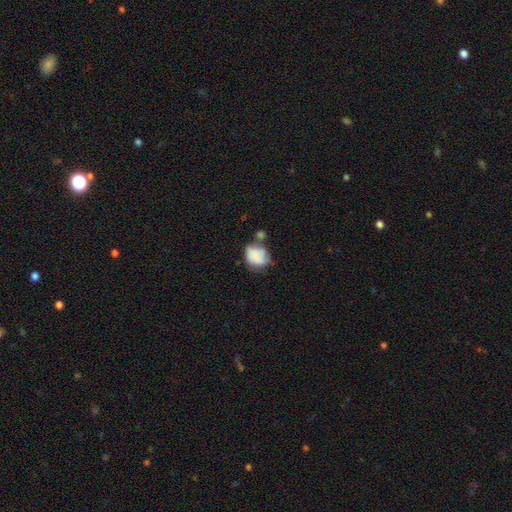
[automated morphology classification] Smooth or featured? Predicted: smooth (p=0.72). How rounded? Predicted: in between (p=0.54). Merging? Predicted: none (p=0.32).